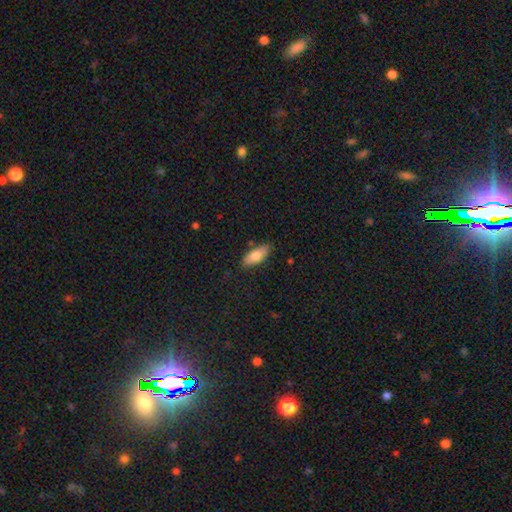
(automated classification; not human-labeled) Morphology: type=smooth (79%); roundness=in between (80%); merging=none (81%).